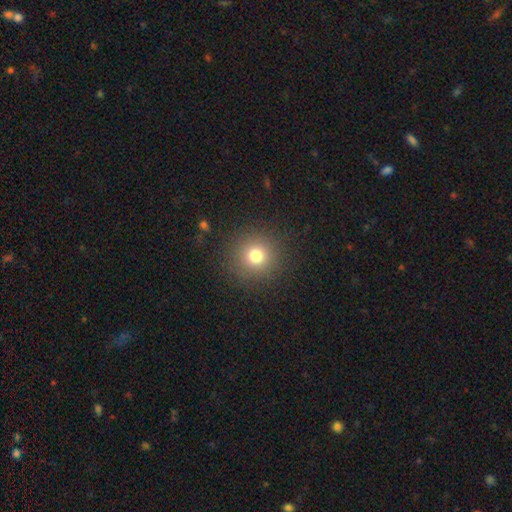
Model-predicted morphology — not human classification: The model was most divided on "smooth or featured": smooth: 77%, star or artifact: 15%, featured or disk: 8%. More confident: how rounded — round (94%); merging — none (89%).